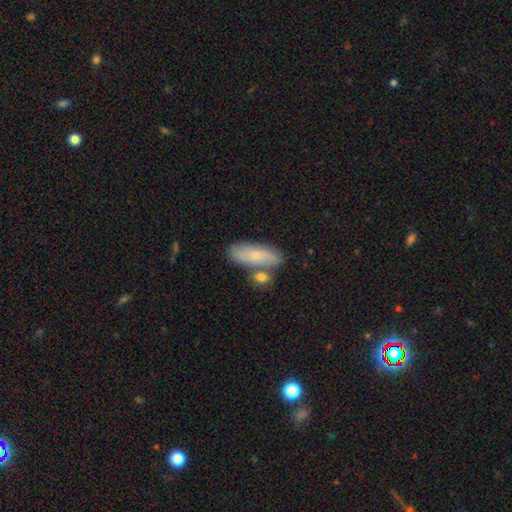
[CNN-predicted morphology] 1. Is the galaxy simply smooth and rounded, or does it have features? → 71% smooth, 23% featured or disk, 6% star or artifact.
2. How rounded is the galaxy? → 62% in between, 35% cigar-shaped, 3% round.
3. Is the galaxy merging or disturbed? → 62% none, 20% merger, 15% minor disturbance, 4% major disturbance.